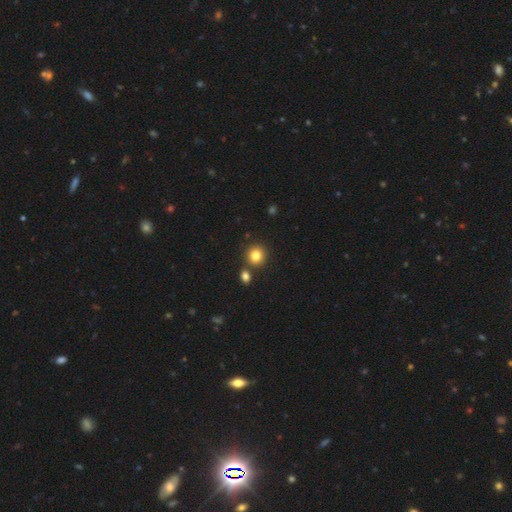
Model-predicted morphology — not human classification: This is clearly a smooth galaxy (82%). How rounded: clearly round (87%). Merging: likely none (77%).